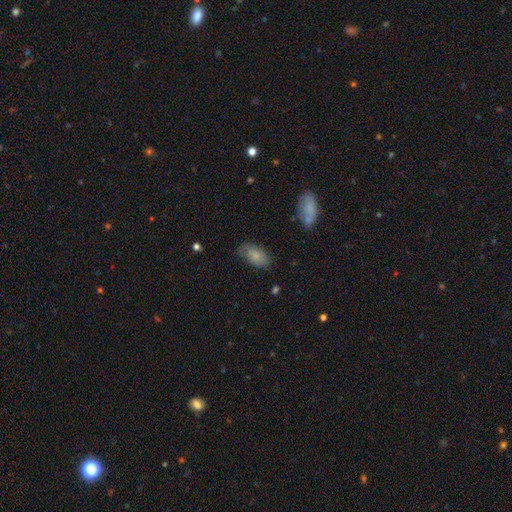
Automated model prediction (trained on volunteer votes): Morphology: type=smooth (78%); roundness=in between (93%); merging=none (72%).